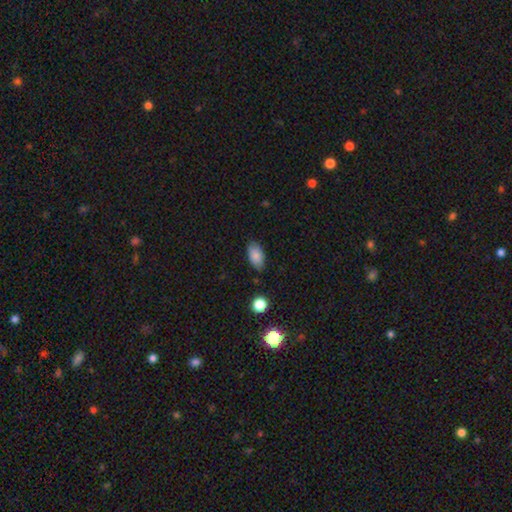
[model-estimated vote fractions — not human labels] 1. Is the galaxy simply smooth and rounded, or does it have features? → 85% smooth, 8% star or artifact, 7% featured or disk.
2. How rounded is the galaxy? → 92% in between, 5% round, 3% cigar-shaped.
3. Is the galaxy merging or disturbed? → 80% none, 16% minor disturbance, 3% major disturbance, 2% merger.